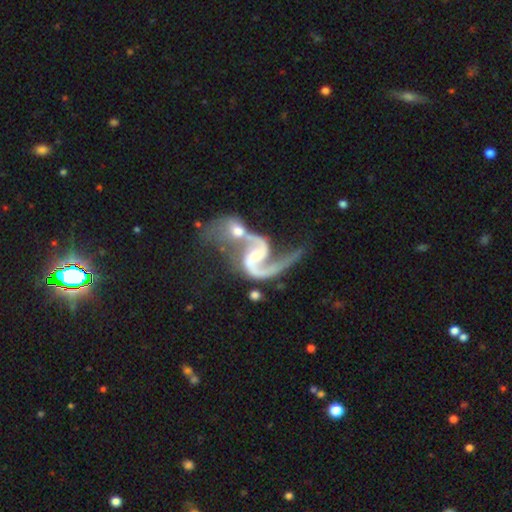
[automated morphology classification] Smooth or featured? Predicted: featured or disk (p=0.91). Edge-on disk? Predicted: no (p=0.98). Bar? Predicted: no (p=0.42). Spiral arms? Predicted: yes (p=0.97). Spiral winding? Predicted: loose (p=0.60). Spiral arm count? Predicted: 2 (p=0.88). Bulge size? Predicted: small (p=0.47). Merging? Predicted: merger (p=0.60).